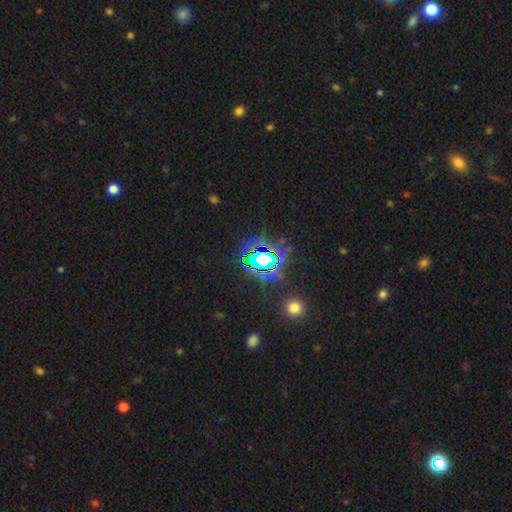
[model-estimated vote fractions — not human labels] Smooth or featured? Predicted: star or artifact (p=0.75).